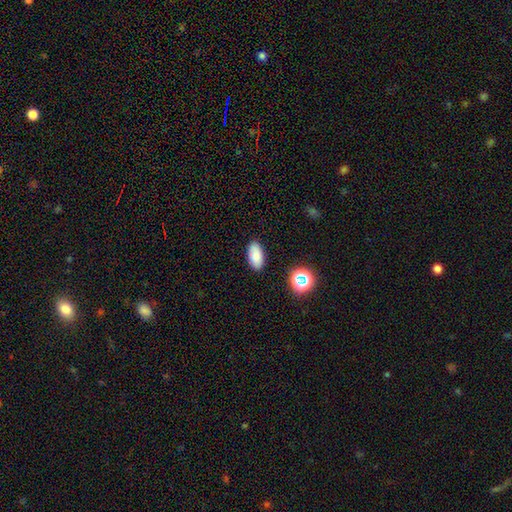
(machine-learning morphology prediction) Smooth or featured?
  - smooth: 82% *
  - star or artifact: 10%
  - featured or disk: 8%
How rounded?
  - in between: 92% *
  - cigar-shaped: 4%
  - round: 4%
Merging?
  - none: 86% *
  - minor disturbance: 10%
  - major disturbance: 2%
  - merger: 2%